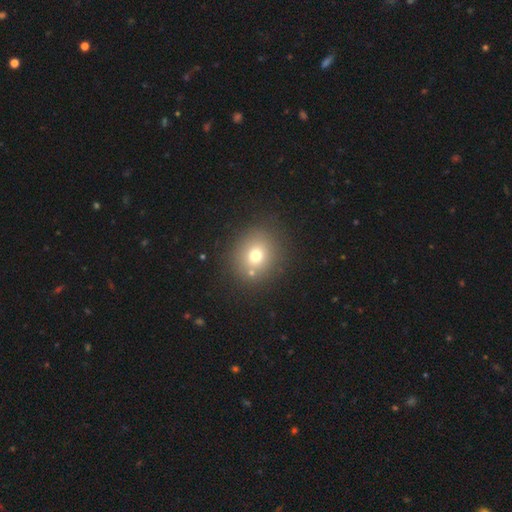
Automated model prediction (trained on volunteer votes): This appears to be a smooth galaxy with no disk features (70%) that is round (80%). Merging: none (81%).